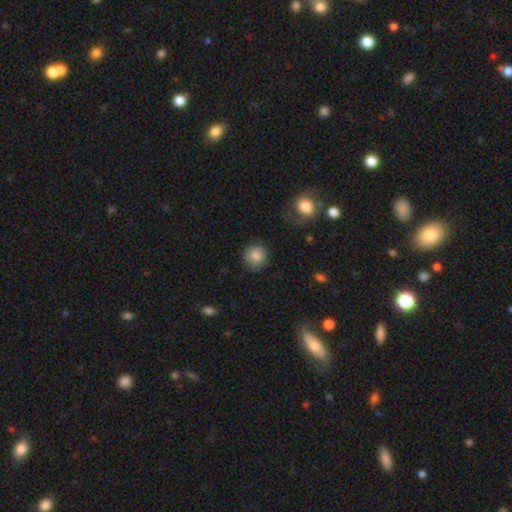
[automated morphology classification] Smooth or featured: smooth — 82% (featured or disk — 9%)
How rounded: round — 92% (in between — 7%)
Merging: none — 81% (minor disturbance — 13%)